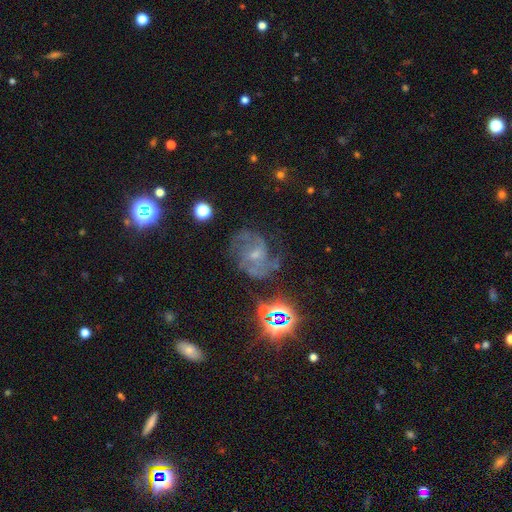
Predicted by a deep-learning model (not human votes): Morphology: type=featured or disk (74%); edge-on=no (98%); bar=weak (47%); spiral arms=yes (93%); winding=medium (51%); arm count=2 (47%); bulge=small (64%); merging=none (63%).